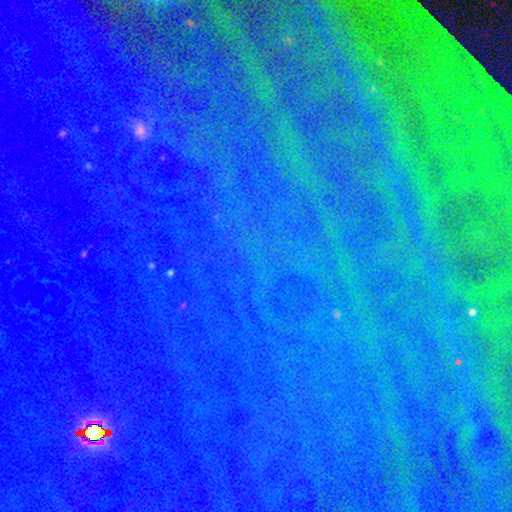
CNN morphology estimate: A star or artifact, not a galaxy (84%).